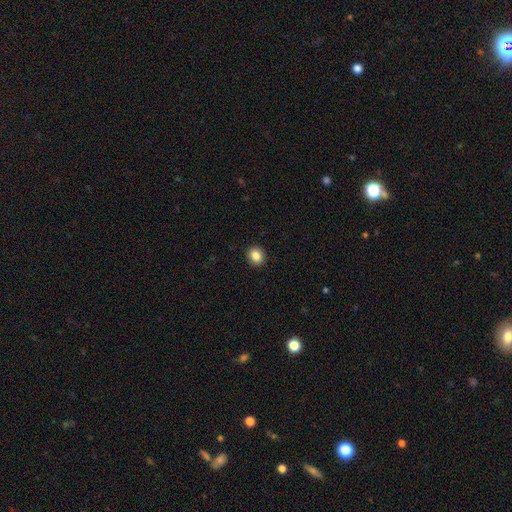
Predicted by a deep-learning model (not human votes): A smooth galaxy with no disk features (86%) that is round (76%). Merging: none (92%).